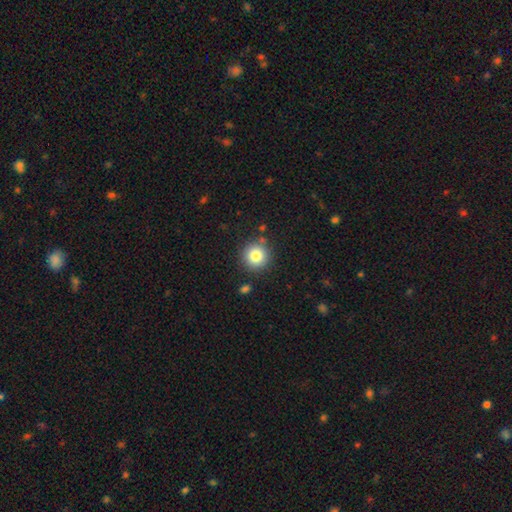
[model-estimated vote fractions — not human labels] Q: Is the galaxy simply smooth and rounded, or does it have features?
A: smooth — 83%.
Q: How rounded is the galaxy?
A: round — 94%.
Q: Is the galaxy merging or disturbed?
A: none — 86%.